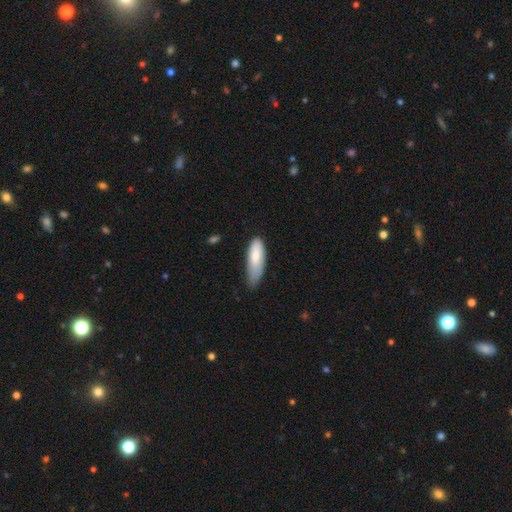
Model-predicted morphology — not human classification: smooth-or-featured: smooth: 80% | featured or disk: 14% | star or artifact: 6%
  how-rounded: in between: 64% | cigar-shaped: 35% | round: 2%
  merging: minor disturbance: 44% | none: 43% | major disturbance: 10% | merger: 2%